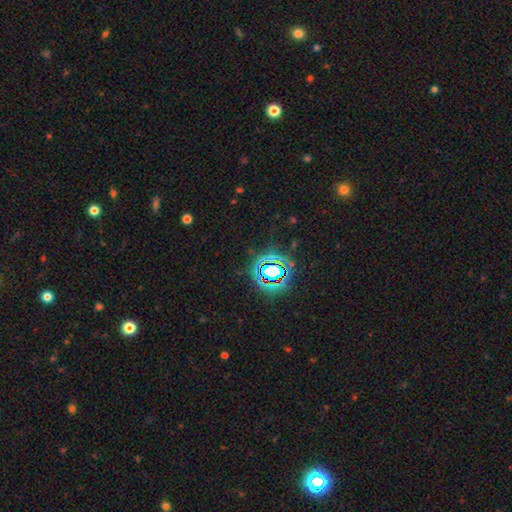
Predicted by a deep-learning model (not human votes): The model was most divided on "smooth or featured": star or artifact: 78%, smooth: 14%, featured or disk: 9%.